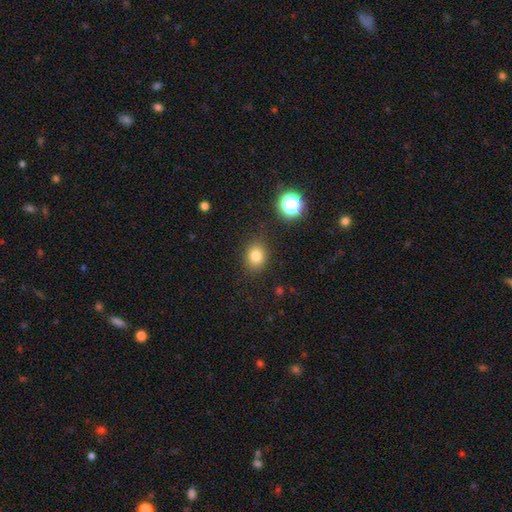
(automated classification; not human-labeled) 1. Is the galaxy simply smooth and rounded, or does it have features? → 81% smooth, 13% star or artifact, 6% featured or disk.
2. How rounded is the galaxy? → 52% round, 47% in between, 1% cigar-shaped.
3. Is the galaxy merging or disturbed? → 85% none, 10% minor disturbance, 3% major disturbance, 2% merger.